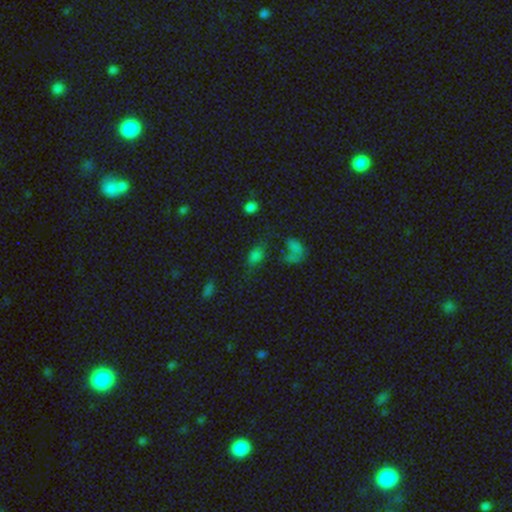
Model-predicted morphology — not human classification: This is likely a smooth galaxy (67%). How rounded: likely in between (78%). Merging: possibly none (52%).